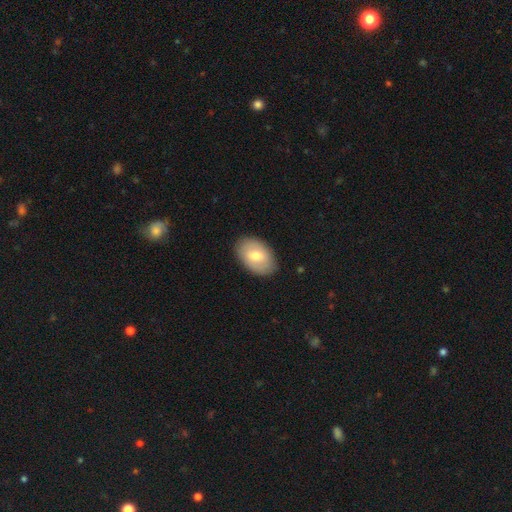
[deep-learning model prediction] smooth_or_featured: smooth (p=0.65) [alt: featured or disk p=0.29]
how_rounded: in between (p=0.88) [alt: round p=0.11]
merging: none (p=0.86) [alt: minor disturbance p=0.10]